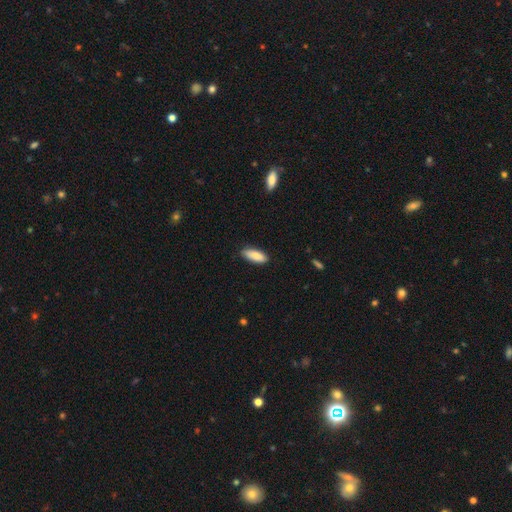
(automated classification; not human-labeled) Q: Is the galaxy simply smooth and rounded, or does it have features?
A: smooth — 85%.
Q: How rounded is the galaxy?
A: in between — 71%.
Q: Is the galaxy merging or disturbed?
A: none — 86%.